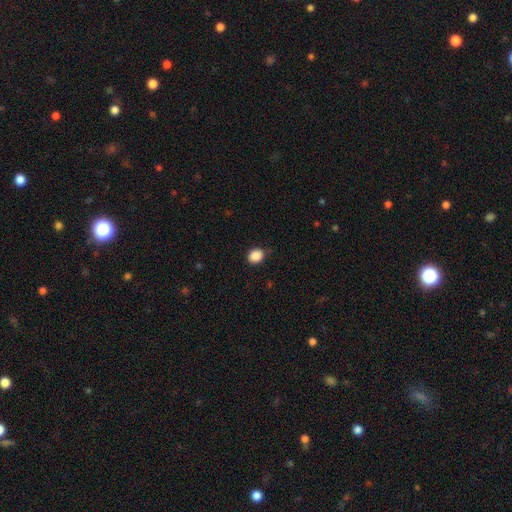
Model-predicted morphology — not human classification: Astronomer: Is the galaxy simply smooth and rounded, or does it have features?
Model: smooth — 88%.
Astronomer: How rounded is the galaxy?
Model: round — 59% (runner-up: in between, 40%).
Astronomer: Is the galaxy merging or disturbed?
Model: none — 82%.